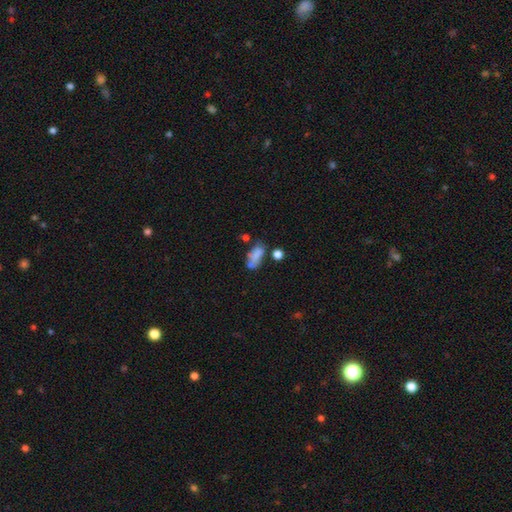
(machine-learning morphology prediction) smooth 66%, featured or disk 22%, star or artifact 12%. Down the decision tree: how rounded — in between (85%); merging — none (32%).